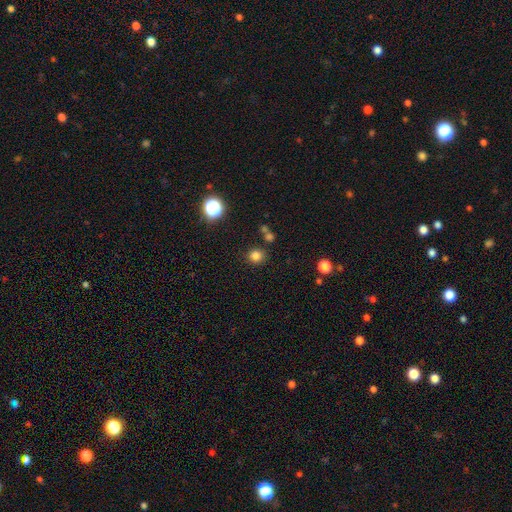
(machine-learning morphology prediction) smooth 80%, star or artifact 16%, featured or disk 5%. Down the decision tree: how rounded — round (86%); merging — none (82%).